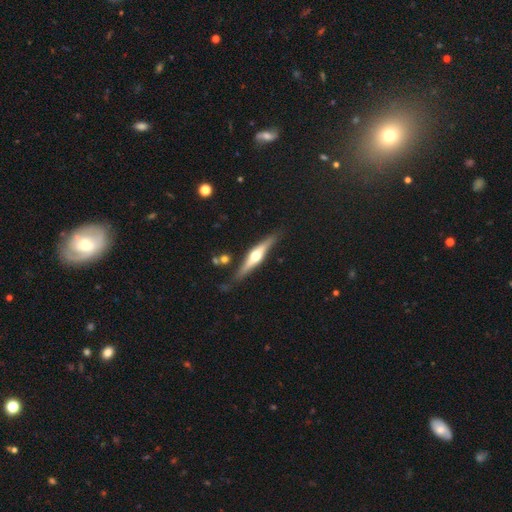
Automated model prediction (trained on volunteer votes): Smooth or featured: featured or disk — 72% (smooth — 23%)
Edge-on disk: yes — 96% (no — 4%)
Edge-on bulge: rounded — 93% (boxy — 4%)
Merging: none — 84% (minor disturbance — 11%)